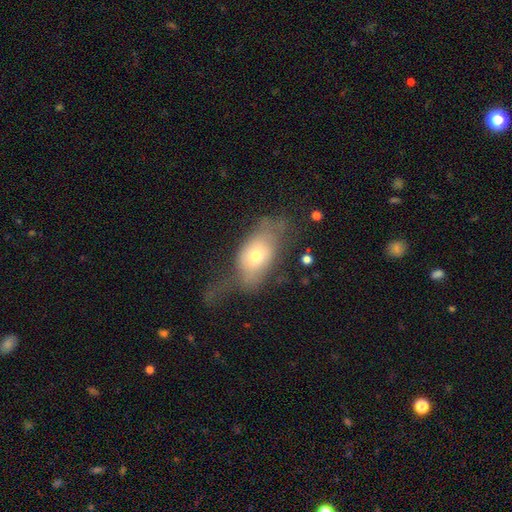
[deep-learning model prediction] A smooth galaxy with no disk features (61%) that is in between round and cigar-shaped (84%). Merging: major disturbance (43%).